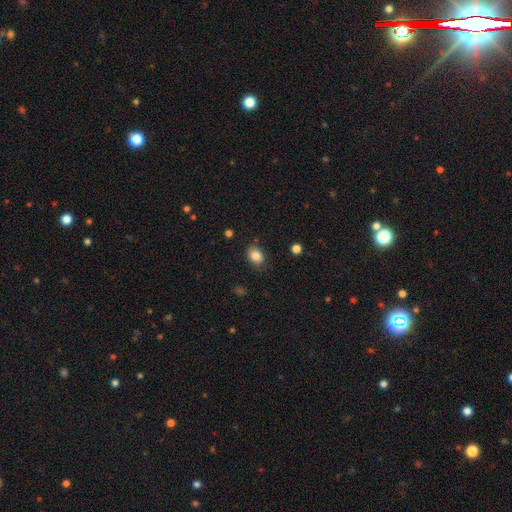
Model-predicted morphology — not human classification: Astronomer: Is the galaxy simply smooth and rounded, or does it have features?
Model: smooth — 84%.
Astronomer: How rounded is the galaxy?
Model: in between — 67%.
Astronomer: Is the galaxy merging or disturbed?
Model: none — 80%.